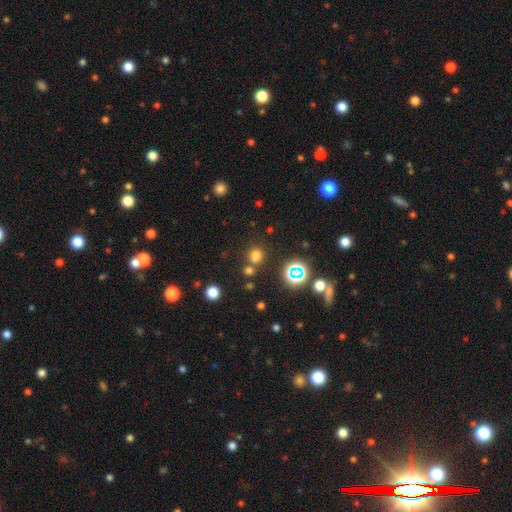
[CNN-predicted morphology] Overall: smooth (65%; star or artifact 28%). How rounded: round (84%). Merging: none (67%).